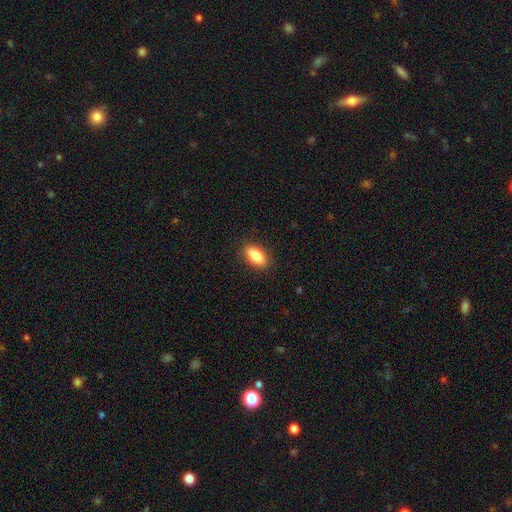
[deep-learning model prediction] A smooth galaxy with no disk features (85%) that is in between round and cigar-shaped (89%). Merging: none (89%).